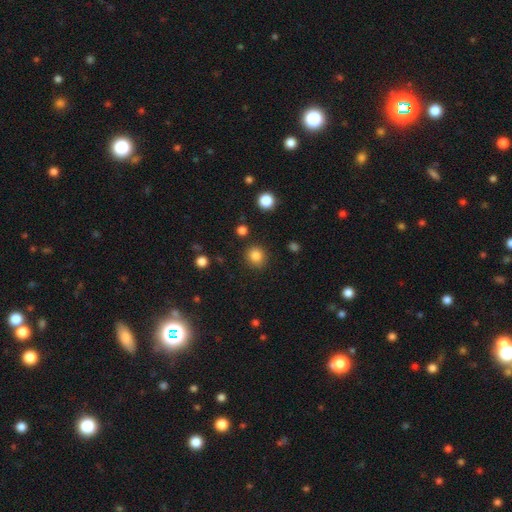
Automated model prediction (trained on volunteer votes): Smooth or featured?
  - smooth: 84% *
  - star or artifact: 11%
  - featured or disk: 5%
How rounded?
  - round: 88% *
  - in between: 11%
  - cigar-shaped: 1%
Merging?
  - none: 88% *
  - minor disturbance: 7%
  - major disturbance: 2%
  - merger: 2%